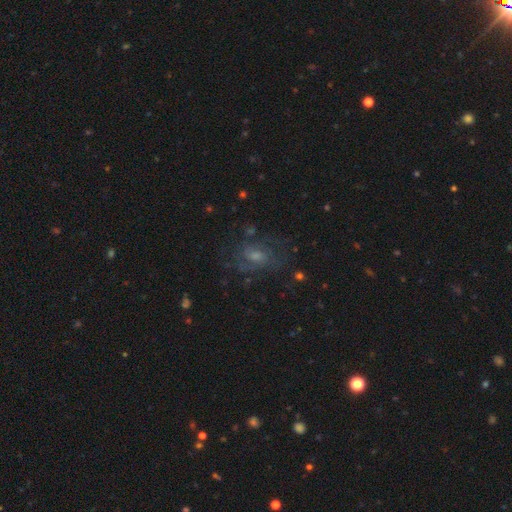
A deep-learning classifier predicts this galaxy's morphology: smooth-or-featured: featured or disk: 59% | smooth: 25% | star or artifact: 16%
  disk-edge-on: no: 96% | yes: 4%
    bar: no: 53% | weak: 39% | strong: 7%
    has-spiral-arms: yes: 79% | no: 21%
    bulge-size: moderate: 44% | small: 36% | none: 11% | large: 8% | dominant: 2%
  merging: none: 62% | minor disturbance: 19% | major disturbance: 17% | merger: 2%